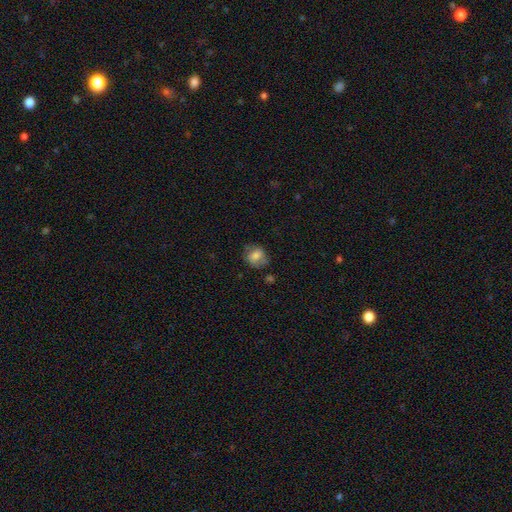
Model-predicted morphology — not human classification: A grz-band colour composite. It shows a smooth galaxy with no disk features (74%) that is round (61%). Merging: none (67%).